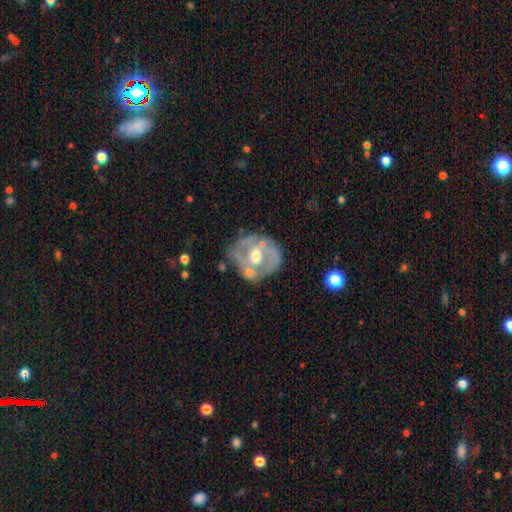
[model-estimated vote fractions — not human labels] Smooth or featured? Predicted: featured or disk (p=0.75). Edge-on disk? Predicted: no (p=0.96). Bar? Predicted: no (p=0.52). Spiral arms? Predicted: yes (p=0.56). Bulge size? Predicted: moderate (p=0.74). Merging? Predicted: none (p=0.55).